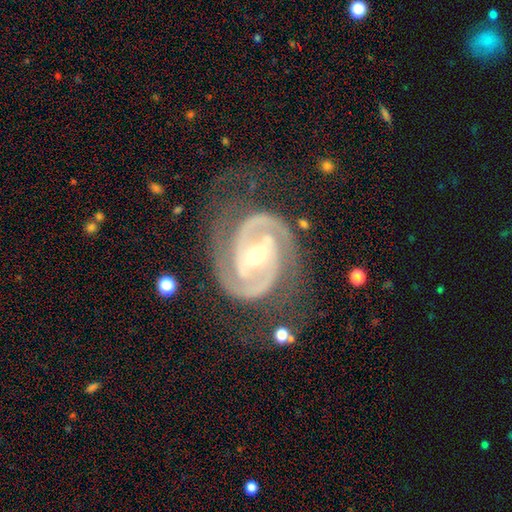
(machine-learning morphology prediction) Smooth or featured?
  - featured or disk: 94% *
  - star or artifact: 4%
  - smooth: 3%
Edge-on disk?
  - no: 98% *
  - yes: 2%
Bar?
  - strong: 42% *
  - weak: 40%
  - no: 18%
Spiral arms?
  - yes: 99% *
  - no: 1%
Spiral winding?
  - tight: 59% *
  - medium: 36%
  - loose: 5%
Spiral arm count?
  - 2: 92% *
  - 3: 3%
  - can't tell: 2%
  - 1: 1%
  - 4: 1%
  - more than 4: 1%
Bulge size?
  - moderate: 59% *
  - small: 36%
  - large: 3%
  - none: 1%
  - dominant: 1%
Merging?
  - none: 72% *
  - minor disturbance: 17%
  - major disturbance: 9%
  - merger: 2%